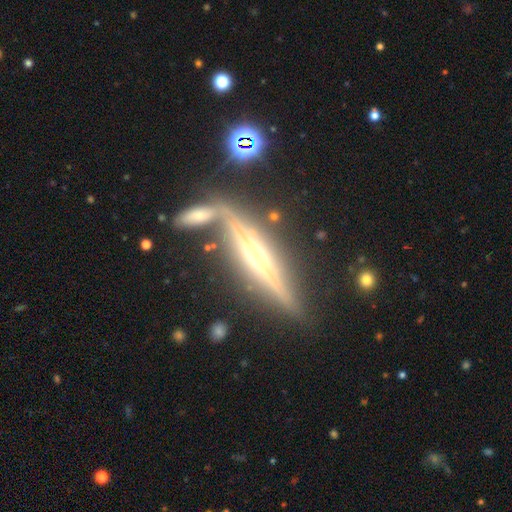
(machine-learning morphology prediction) type=featured or disk (79%); edge-on=yes (95%); edge-on bulge=rounded (79%); merging=none (69%).